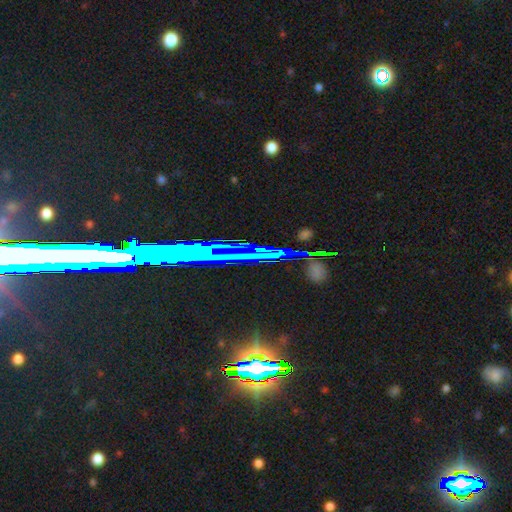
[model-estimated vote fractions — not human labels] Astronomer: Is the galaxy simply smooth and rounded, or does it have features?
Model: star or artifact — 79%.